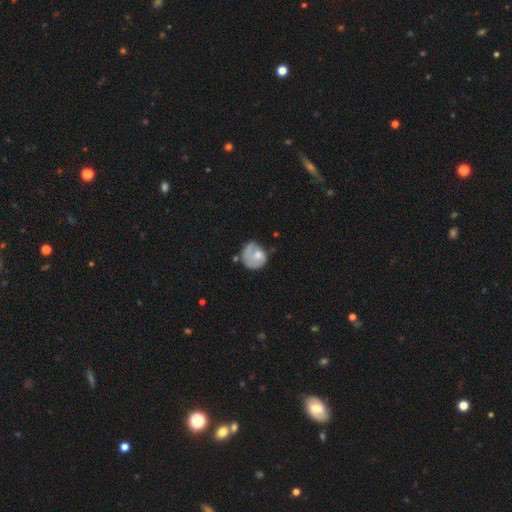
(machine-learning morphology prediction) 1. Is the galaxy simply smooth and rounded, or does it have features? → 54% smooth, 40% featured or disk, 7% star or artifact.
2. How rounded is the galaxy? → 73% round, 26% in between, 1% cigar-shaped.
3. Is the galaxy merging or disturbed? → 39% none, 28% minor disturbance, 26% major disturbance, 7% merger.